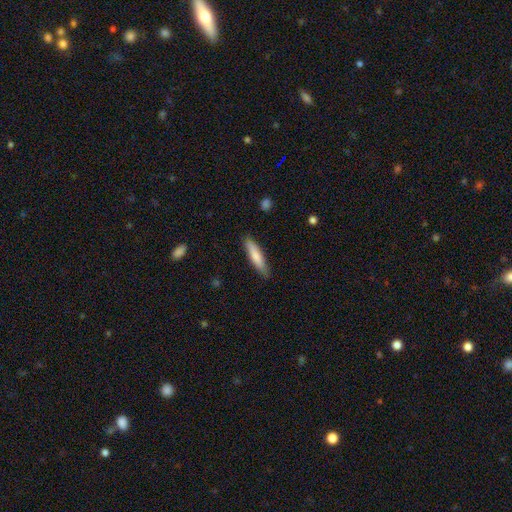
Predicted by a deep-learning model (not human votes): smooth_or_featured: smooth (p=0.79) [alt: featured or disk p=0.16]
how_rounded: cigar-shaped (p=0.81) [alt: in between p=0.18]
merging: none (p=0.85) [alt: minor disturbance p=0.12]